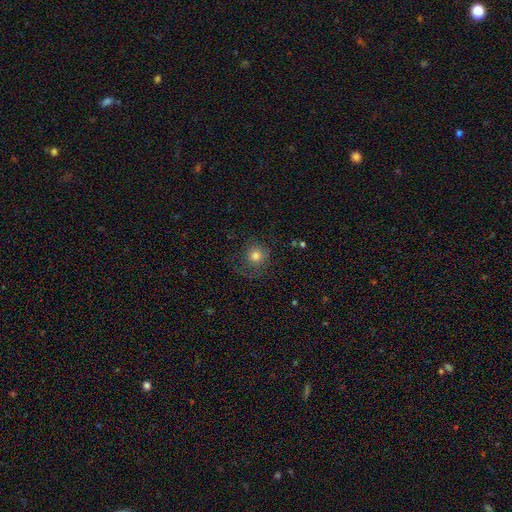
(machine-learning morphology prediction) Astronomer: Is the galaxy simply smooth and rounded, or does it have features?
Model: smooth — 78%.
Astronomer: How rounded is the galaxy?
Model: round — 91%.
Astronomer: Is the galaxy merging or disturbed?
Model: none — 71%.